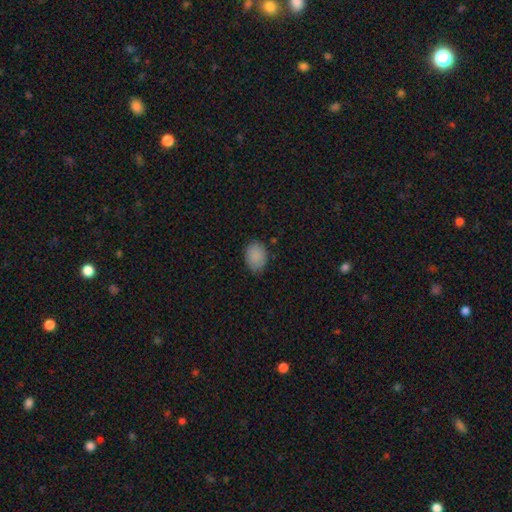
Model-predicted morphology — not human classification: smooth 87%, star or artifact 8%, featured or disk 5%. Down the decision tree: how rounded — in between (75%); merging — none (79%).